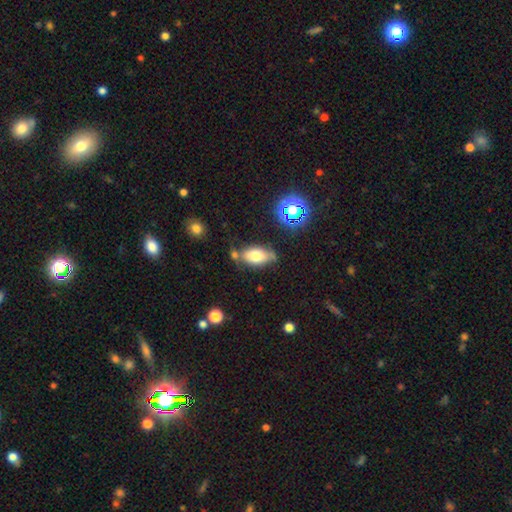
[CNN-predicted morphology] This appears to be a smooth galaxy with no disk features (71%) that is in between round and cigar-shaped (90%). Merging: none (63%).